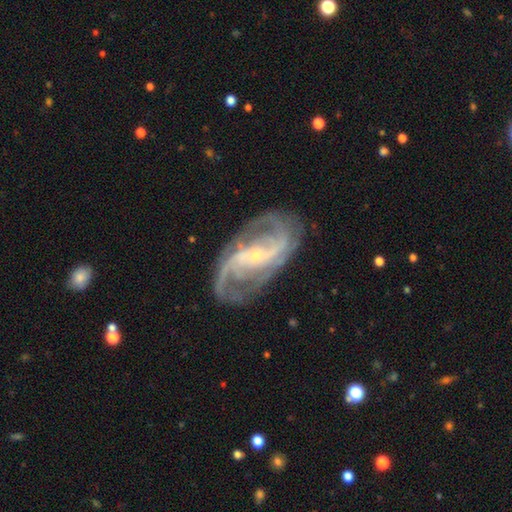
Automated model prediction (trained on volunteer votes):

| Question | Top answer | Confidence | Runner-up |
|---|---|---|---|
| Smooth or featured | featured or disk | 91% | star or artifact (5%) |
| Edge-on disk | no | 96% | yes (4%) |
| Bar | weak | 35% | no (33%) |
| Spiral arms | yes | 97% | no (3%) |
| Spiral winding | medium | 51% | loose (25%) |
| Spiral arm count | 2 | 65% | 3 (13%) |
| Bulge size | small | 82% | moderate (14%) |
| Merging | none | 74% | minor disturbance (15%) |